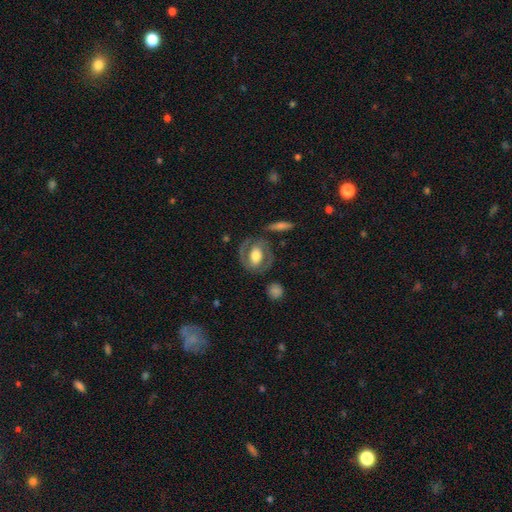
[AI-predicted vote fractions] smooth-or-featured: featured or disk: 62% | smooth: 32% | star or artifact: 6%
  disk-edge-on: no: 94% | yes: 6%
    bar: no: 42% | weak: 33% | strong: 25%
    has-spiral-arms: yes: 66% | no: 34%
    bulge-size: moderate: 52% | large: 36% | small: 7% | dominant: 3% | none: 2%
  merging: none: 72% | minor disturbance: 15% | major disturbance: 9% | merger: 4%